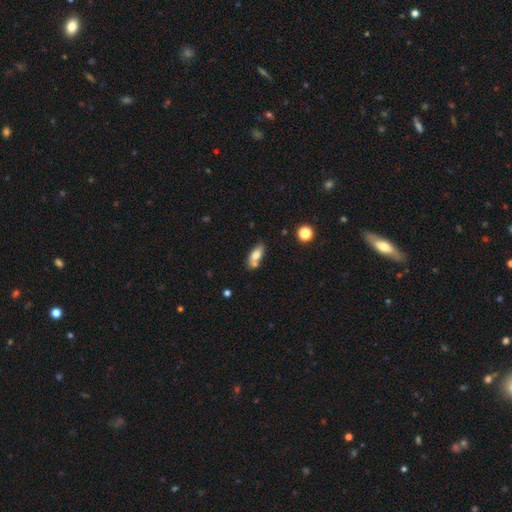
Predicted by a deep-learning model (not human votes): Smooth or featured? Predicted: smooth (p=0.74). How rounded? Predicted: in between (p=0.79). Merging? Predicted: none (p=0.57).